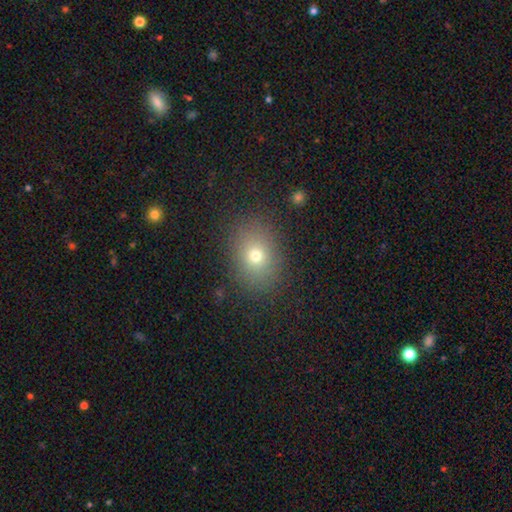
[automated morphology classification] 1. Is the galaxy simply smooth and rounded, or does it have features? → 71% smooth, 16% star or artifact, 13% featured or disk.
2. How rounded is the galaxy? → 56% in between, 43% round, 1% cigar-shaped.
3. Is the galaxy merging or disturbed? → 86% none, 9% minor disturbance, 4% major disturbance, 1% merger.